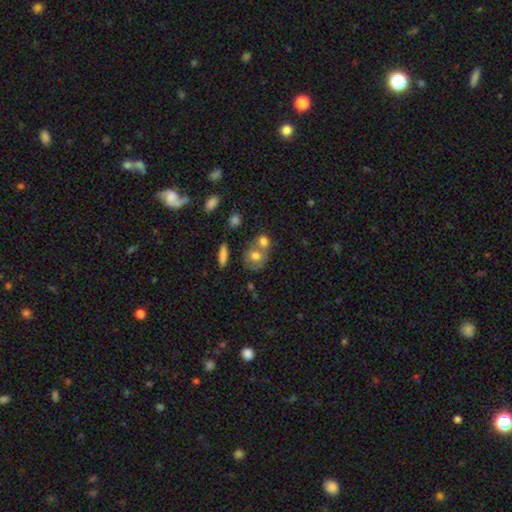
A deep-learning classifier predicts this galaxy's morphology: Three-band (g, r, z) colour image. It shows a smooth galaxy with no disk features (70%) that is round (65%). Merging: merger (45%).